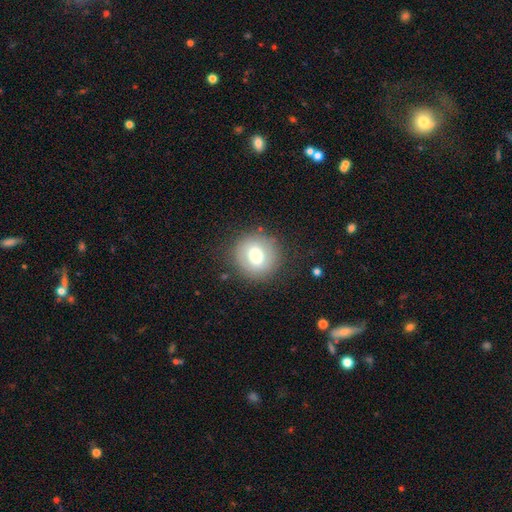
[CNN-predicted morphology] Smooth or featured? smooth (67%)
How rounded? round (89%)
Merging? none (83%)